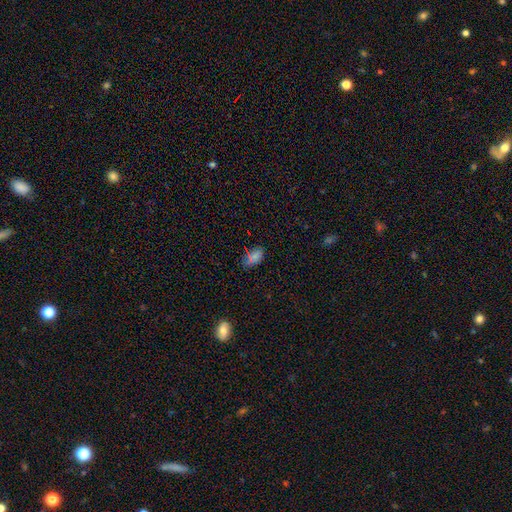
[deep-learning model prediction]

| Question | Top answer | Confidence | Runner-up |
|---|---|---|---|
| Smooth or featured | smooth | 69% | star or artifact (24%) |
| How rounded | in between | 91% | round (5%) |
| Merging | none | 73% | minor disturbance (18%) |